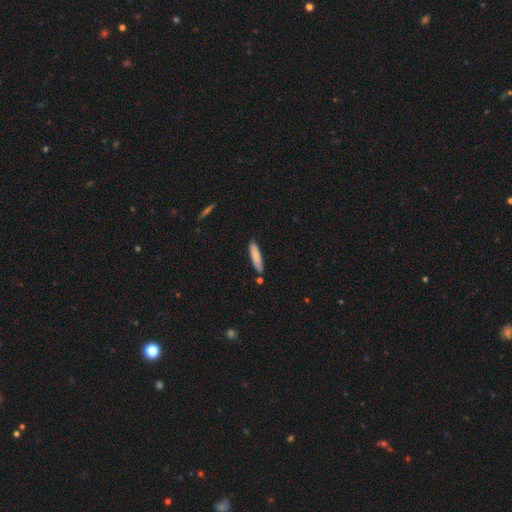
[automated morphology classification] A smooth galaxy with no disk features (82%) that is cigar-shaped (76%).

Vote fractions:
- Smooth or featured? smooth: 82% / featured or disk: 12% / star or artifact: 6%
- How rounded? cigar-shaped: 76% / in between: 22% / round: 1%
- Merging? none: 81% / minor disturbance: 13% / merger: 4% / major disturbance: 2%